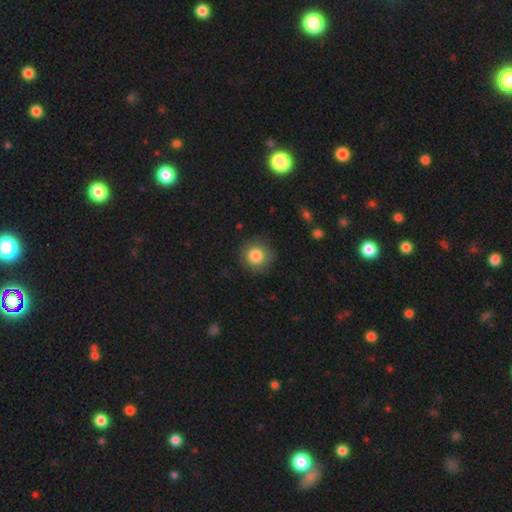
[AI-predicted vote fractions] Smooth or featured: smooth — 83% (star or artifact — 9%)
How rounded: round — 93% (in between — 6%)
Merging: none — 86% (minor disturbance — 10%)